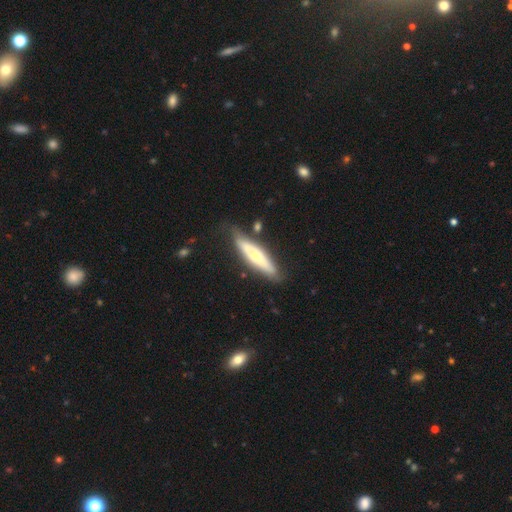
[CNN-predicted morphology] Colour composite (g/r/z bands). It shows a featured or disk galaxy (48%). Merging: none (73%).